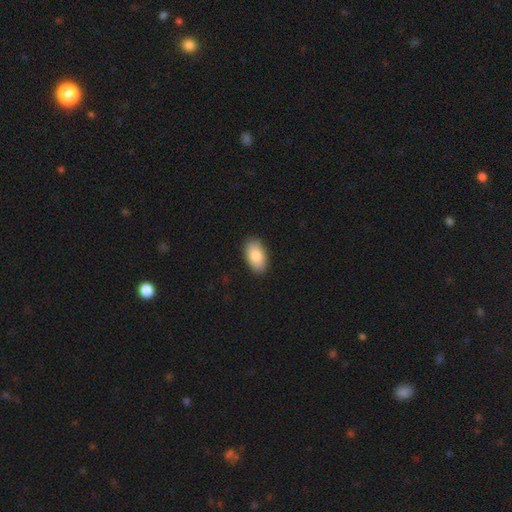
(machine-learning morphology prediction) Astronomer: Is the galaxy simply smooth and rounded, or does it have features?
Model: smooth — 85%.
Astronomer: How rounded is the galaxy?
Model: in between — 95%.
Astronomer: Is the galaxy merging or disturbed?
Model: none — 89%.